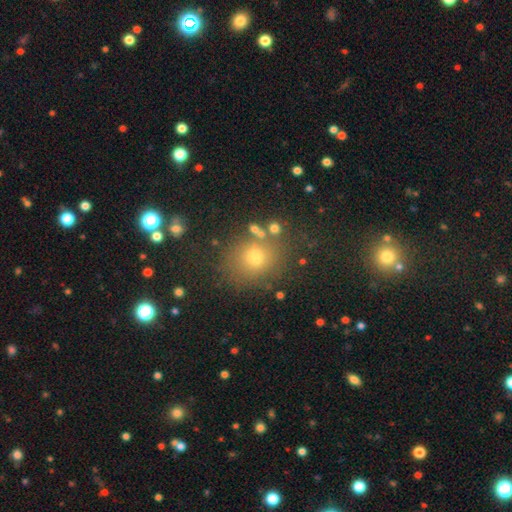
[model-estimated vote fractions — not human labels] Overall: smooth (69%). How rounded: round (73%). Merging: none (77%).